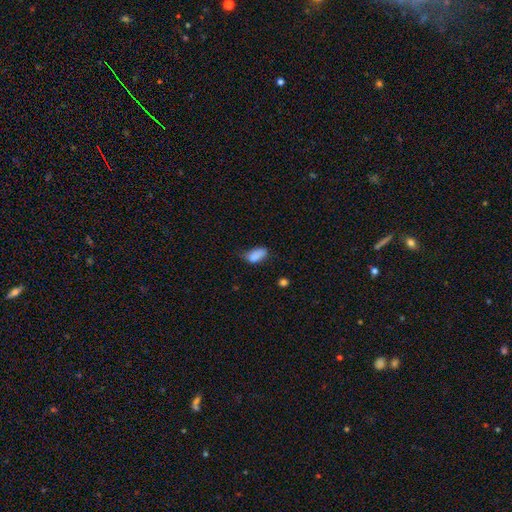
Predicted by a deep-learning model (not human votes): Smooth or featured: smooth — 84% (star or artifact — 9%)
How rounded: in between — 91% (cigar-shaped — 5%)
Merging: none — 41% (tied with minor disturbance — 41%)